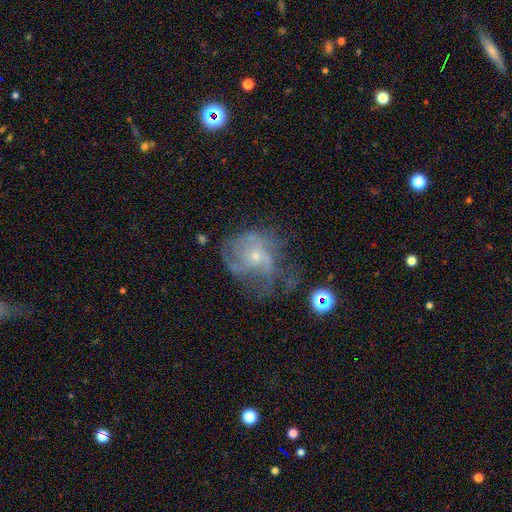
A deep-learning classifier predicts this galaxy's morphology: This is likely a featured or disk galaxy (76%). It is clearly not viewed edge-on (98%). Bar: likely no (74%). Spiral arm pattern: clearly yes (87%). Spiral arm count: marginally can't tell (36%). Spiral winding: marginally tight (42%). Central bulge: likely small (71%). Merging: possibly none (48%).